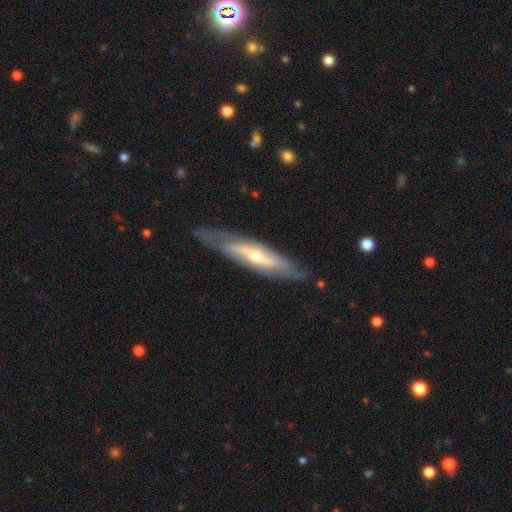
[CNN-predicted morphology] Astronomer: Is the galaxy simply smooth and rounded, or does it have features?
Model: featured or disk — 77%.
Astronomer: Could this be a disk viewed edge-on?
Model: no — 61% (runner-up: yes, 39%).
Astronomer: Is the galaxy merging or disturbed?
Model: none — 76%.